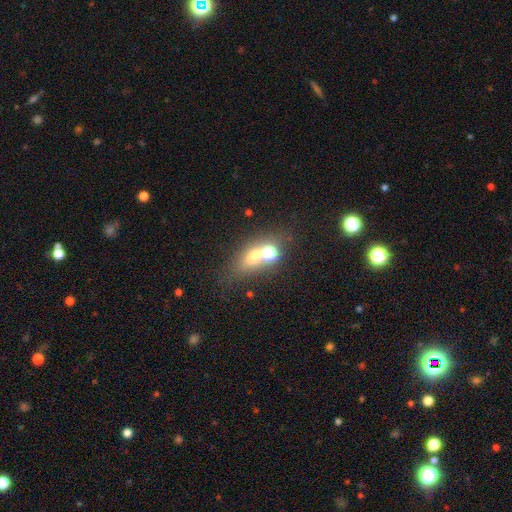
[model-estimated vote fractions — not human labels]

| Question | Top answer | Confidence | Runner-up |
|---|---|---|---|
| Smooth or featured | smooth | 57% | star or artifact (22%) |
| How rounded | in between | 54% | round (39%) |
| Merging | none | 48% | merger (36%) |